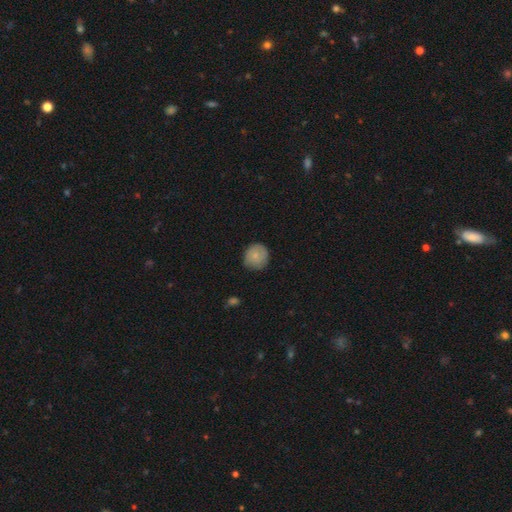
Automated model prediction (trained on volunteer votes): Smooth or featured? smooth (76%)
How rounded? round (88%)
Merging? none (76%)